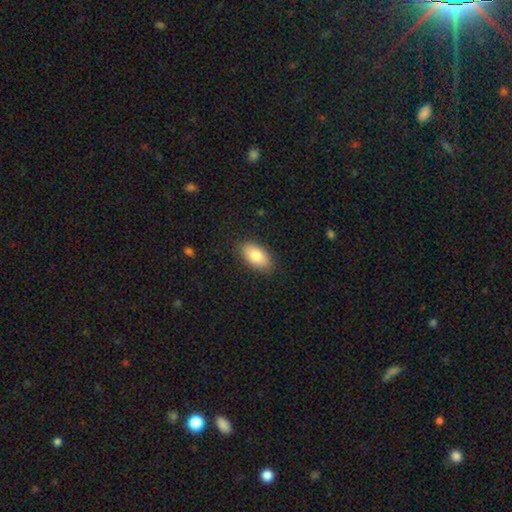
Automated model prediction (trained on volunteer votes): smooth_or_featured: smooth (p=0.82) [alt: featured or disk p=0.11]
how_rounded: in between (p=0.94) [alt: round p=0.04]
merging: none (p=0.86) [alt: minor disturbance p=0.11]